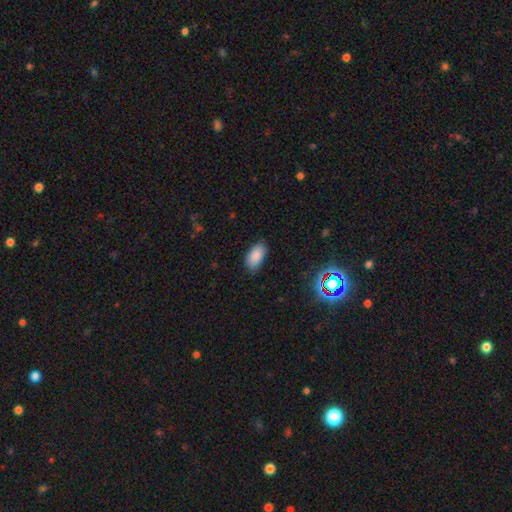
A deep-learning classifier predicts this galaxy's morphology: smooth 86%, star or artifact 9%, featured or disk 5%. Down the decision tree: how rounded — in between (94%); merging — none (81%).